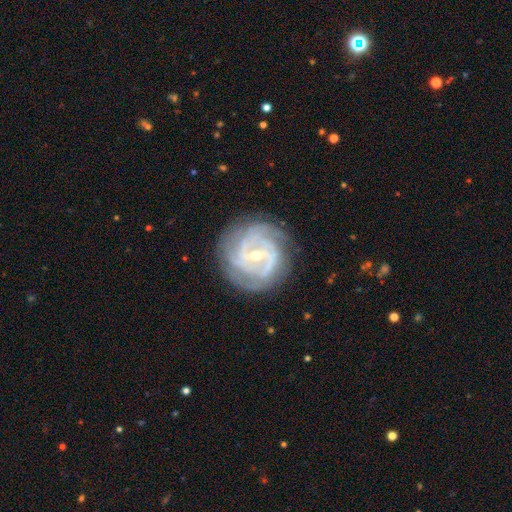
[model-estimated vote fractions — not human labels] This is clearly a featured or disk galaxy (89%). It is clearly not viewed edge-on (97%). Bar: possibly weak (48%). Spiral arm pattern: clearly yes (97%). Spiral arm count: marginally 3 (27%). Spiral winding: likely tight (61%). Central bulge: likely small (62%). Merging: likely none (80%).